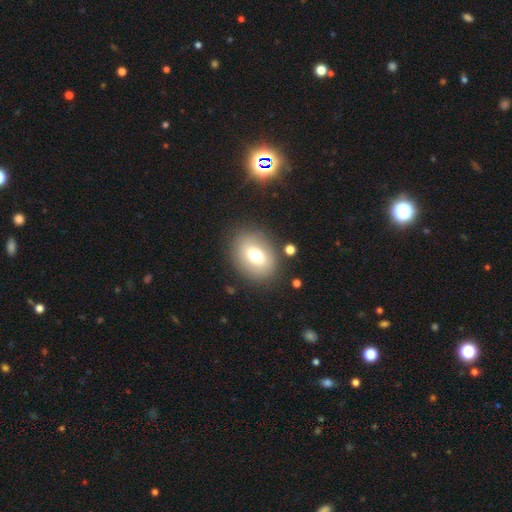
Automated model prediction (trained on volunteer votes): This is likely a smooth galaxy (69%). How rounded: likely in between (63%). Merging: clearly none (82%).